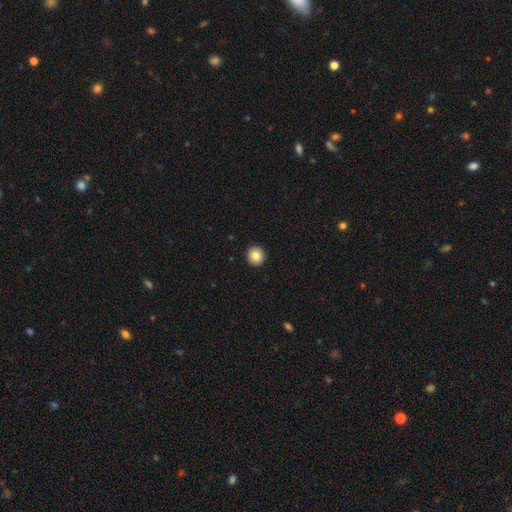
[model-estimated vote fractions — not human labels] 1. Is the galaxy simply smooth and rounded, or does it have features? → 83% smooth, 9% star or artifact, 8% featured or disk.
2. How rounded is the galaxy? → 94% round, 5% in between, 1% cigar-shaped.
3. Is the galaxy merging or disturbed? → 93% none, 4% minor disturbance, 1% major disturbance, 1% merger.